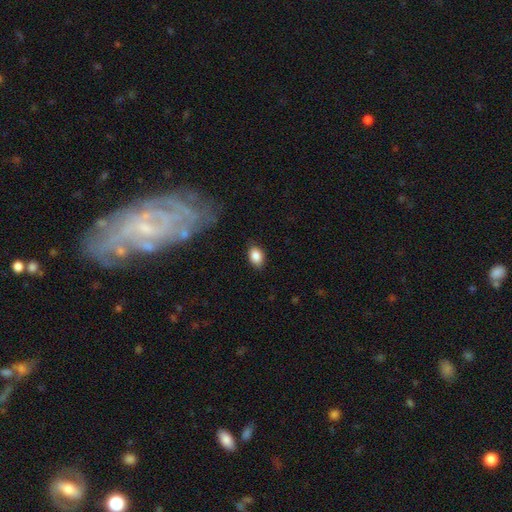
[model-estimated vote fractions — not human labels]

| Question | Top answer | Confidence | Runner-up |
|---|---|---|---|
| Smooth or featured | smooth | 86% | star or artifact (8%) |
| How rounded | in between | 85% | round (14%) |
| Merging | none | 83% | minor disturbance (13%) |